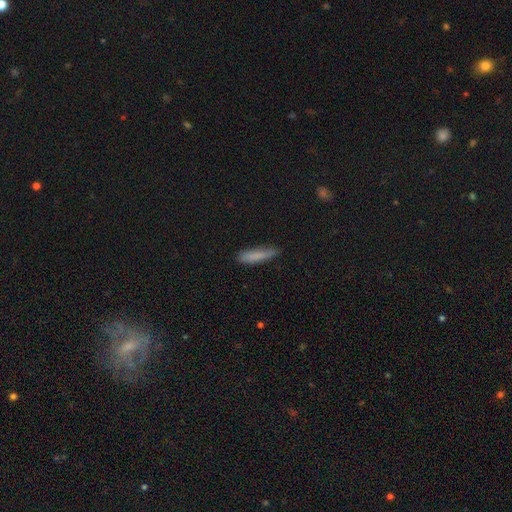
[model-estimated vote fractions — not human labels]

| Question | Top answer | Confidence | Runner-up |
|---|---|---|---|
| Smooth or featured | smooth | 81% | featured or disk (12%) |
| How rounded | cigar-shaped | 84% | in between (14%) |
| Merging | none | 75% | minor disturbance (19%) |